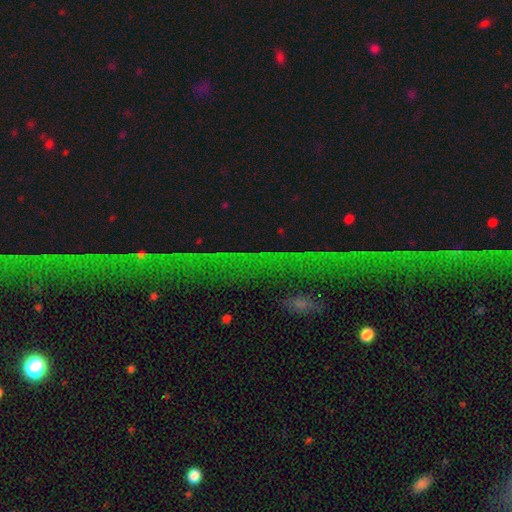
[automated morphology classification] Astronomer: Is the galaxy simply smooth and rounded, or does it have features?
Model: star or artifact — 74%.